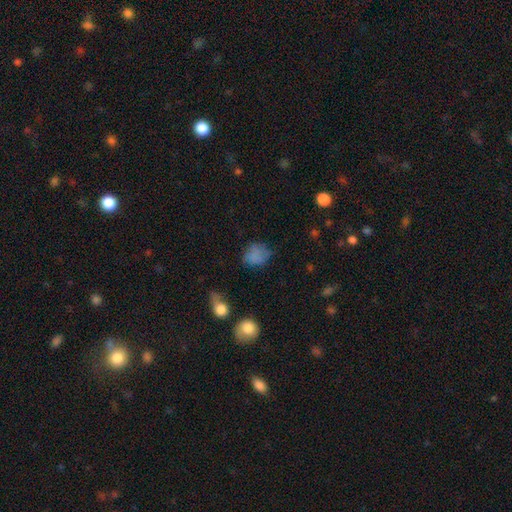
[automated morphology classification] Q: Smooth or featured?
A: smooth (70%); runner-up: featured or disk (16%)
Q: How rounded?
A: round (57%); runner-up: in between (42%)
Q: Merging?
A: none (52%); runner-up: minor disturbance (28%)